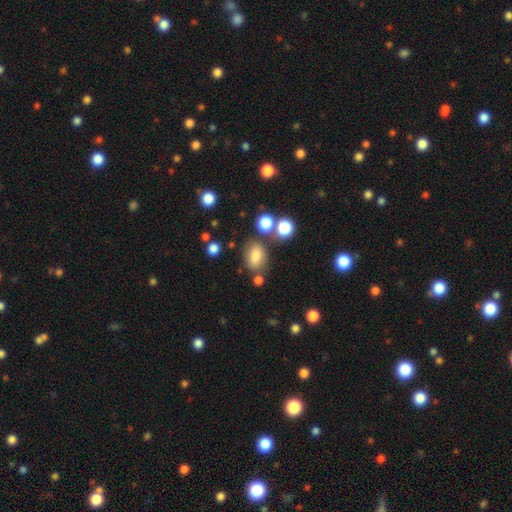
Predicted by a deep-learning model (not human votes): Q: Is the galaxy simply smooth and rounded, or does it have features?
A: smooth — 79%.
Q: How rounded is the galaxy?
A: in between — 78%.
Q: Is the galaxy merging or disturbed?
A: none — 67%.